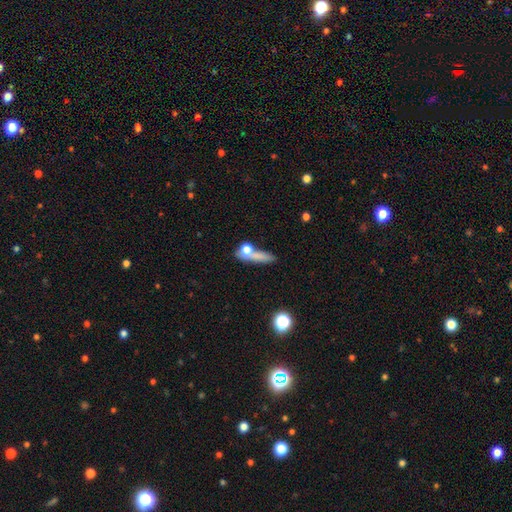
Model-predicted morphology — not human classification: smooth_or_featured: smooth (p=0.67) [alt: featured or disk p=0.21]
how_rounded: cigar-shaped (p=0.46) [alt: in between p=0.29]
merging: none (p=0.43) [alt: merger p=0.30]